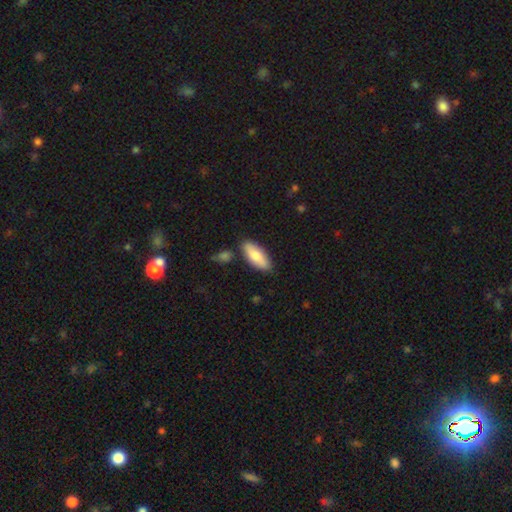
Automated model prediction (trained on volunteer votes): This is likely a smooth galaxy (75%). How rounded: likely in between (77%). Merging: clearly none (80%).